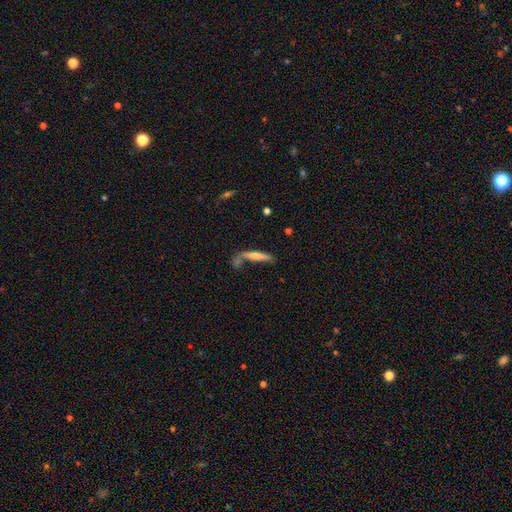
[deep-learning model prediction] smooth-or-featured: smooth: 60% | featured or disk: 32% | star or artifact: 8%
  how-rounded: cigar-shaped: 86% | in between: 12% | round: 2%
  merging: none: 47% | merger: 26% | minor disturbance: 16% | major disturbance: 11%